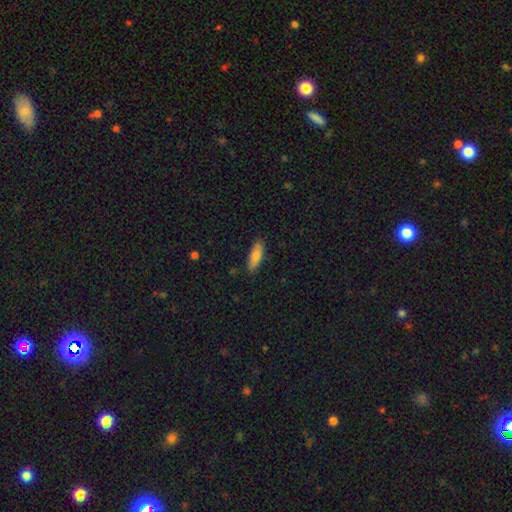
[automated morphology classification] The model was most divided on "how rounded": in between: 60%, cigar-shaped: 39%, round: 2%. More confident: merging — none (86%); smooth or featured — smooth (84%).